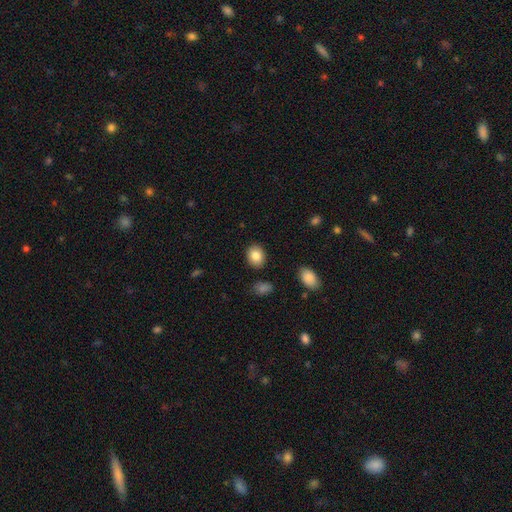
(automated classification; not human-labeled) Smooth or featured? smooth (85%)
How rounded? in between (50%)
Merging? none (88%)